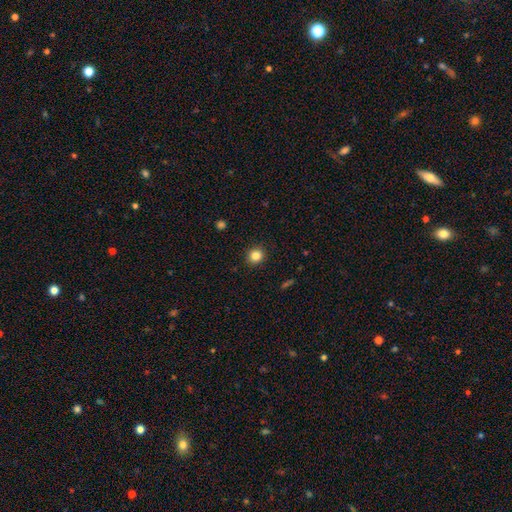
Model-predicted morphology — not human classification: smooth 83%, star or artifact 11%, featured or disk 5%. Down the decision tree: how rounded — round (88%); merging — none (91%).